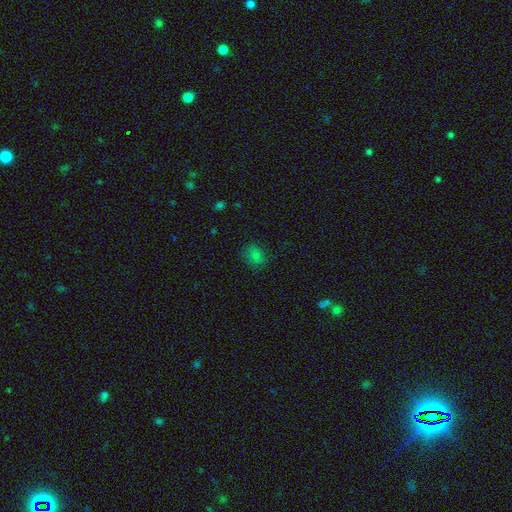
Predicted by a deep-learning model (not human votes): smooth-or-featured: smooth: 77% | star or artifact: 15% | featured or disk: 8%
  how-rounded: in between: 50% | round: 49% | cigar-shaped: 1%
  merging: none: 79% | minor disturbance: 15% | major disturbance: 4% | merger: 1%